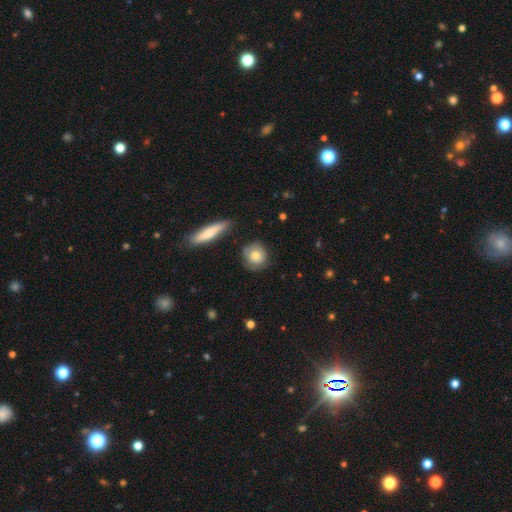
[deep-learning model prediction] This is likely a smooth galaxy (73%). How rounded: clearly round (82%). Merging: likely none (71%).